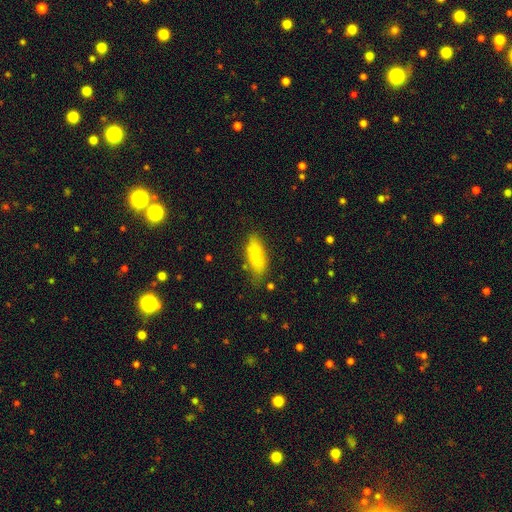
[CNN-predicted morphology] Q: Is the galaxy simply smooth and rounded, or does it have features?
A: smooth — 74%.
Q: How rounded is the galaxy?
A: in between — 75%.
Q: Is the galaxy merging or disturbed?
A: none — 72%.